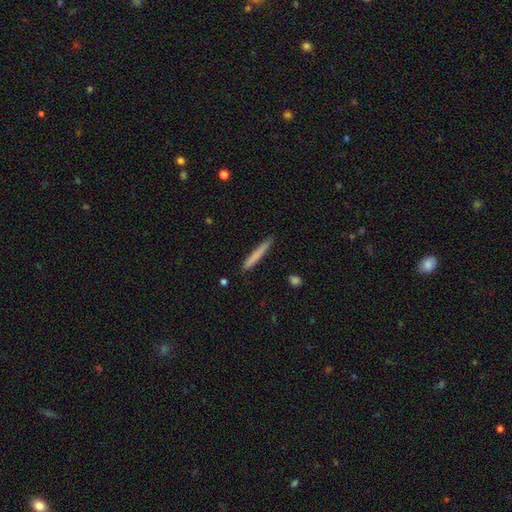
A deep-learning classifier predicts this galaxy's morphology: This appears to be a smooth galaxy with no disk features (75%) that is cigar-shaped (97%). Merging: none (89%).